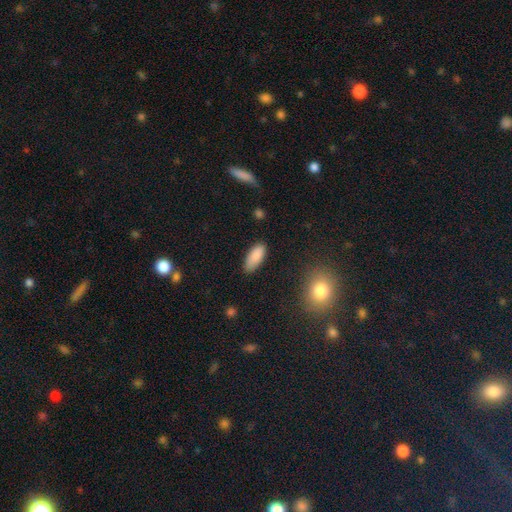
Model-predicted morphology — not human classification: Overall: smooth (87%). How rounded: in between (83%). Merging: none (79%).